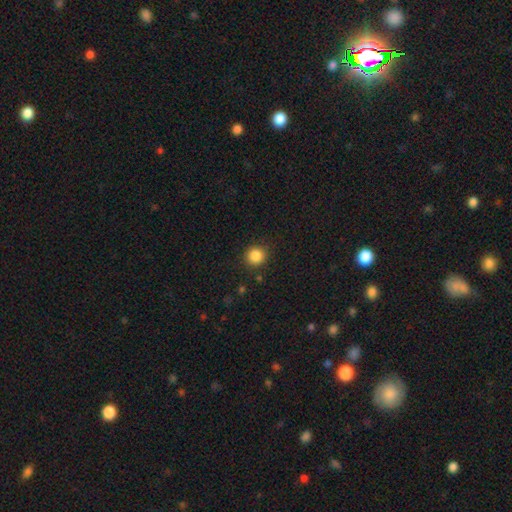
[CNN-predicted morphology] Smooth or featured? smooth (86%)
How rounded? round (91%)
Merging? none (88%)